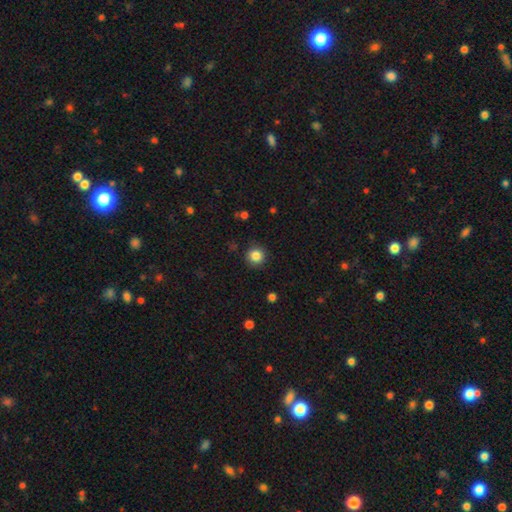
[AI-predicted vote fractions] Smooth or featured: smooth — 85% (star or artifact — 11%)
How rounded: round — 95% (in between — 5%)
Merging: none — 91% (minor disturbance — 6%)